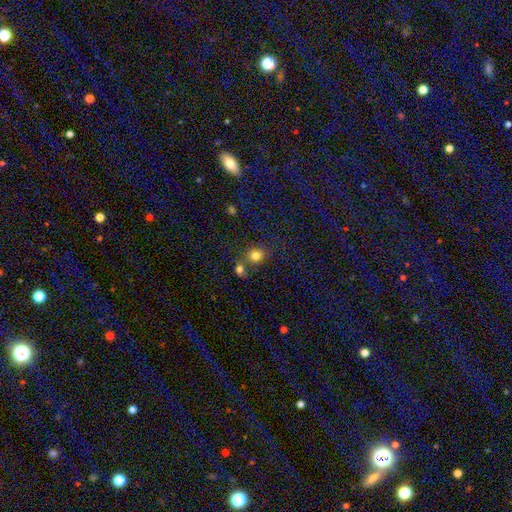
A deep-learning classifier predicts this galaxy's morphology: A smooth galaxy with no disk features (81%) that is round (77%). Merging: none (63%).